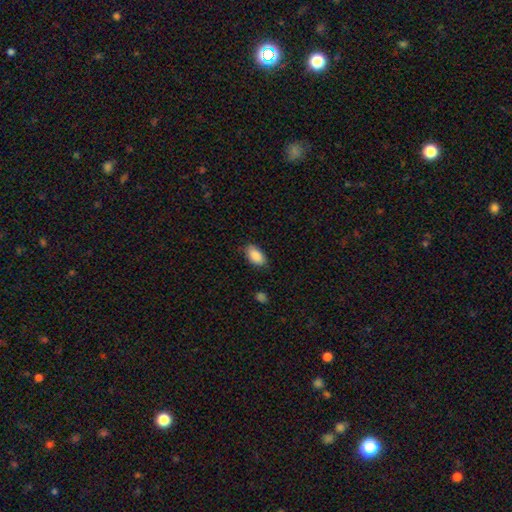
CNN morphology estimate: Smooth or featured?
  - smooth: 88% *
  - star or artifact: 7%
  - featured or disk: 5%
How rounded?
  - in between: 93% *
  - cigar-shaped: 4%
  - round: 3%
Merging?
  - none: 83% *
  - minor disturbance: 13%
  - major disturbance: 3%
  - merger: 1%